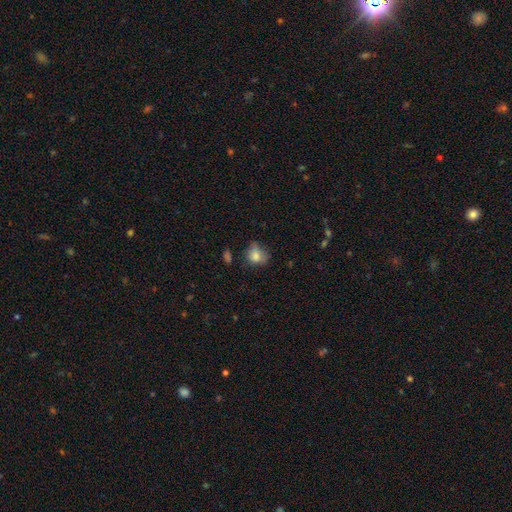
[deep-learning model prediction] This is likely a smooth galaxy (77%). How rounded: possibly round (55%). Merging: marginally none (42%).